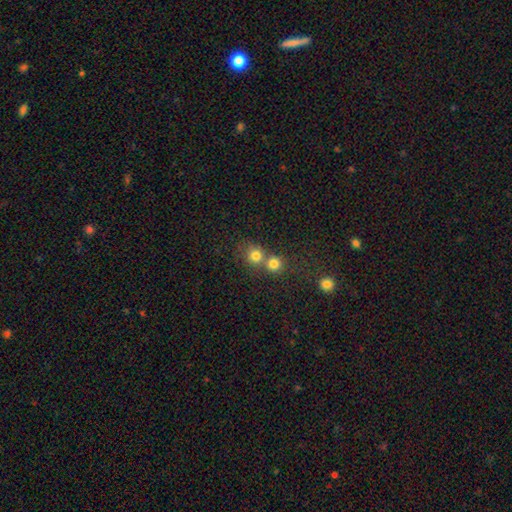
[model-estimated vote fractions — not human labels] This is likely a smooth galaxy (79%). How rounded: clearly round (88%). Merging: possibly none (46%, tied with merger).